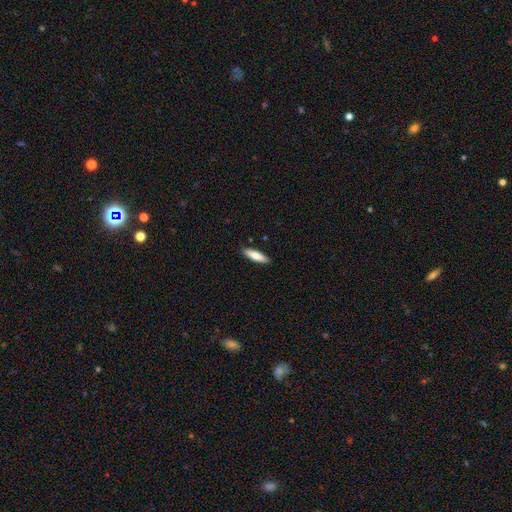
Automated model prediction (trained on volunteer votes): Smooth or featured: smooth — 79% (featured or disk — 15%)
How rounded: cigar-shaped — 67% (in between — 32%)
Merging: none — 90% (minor disturbance — 7%)